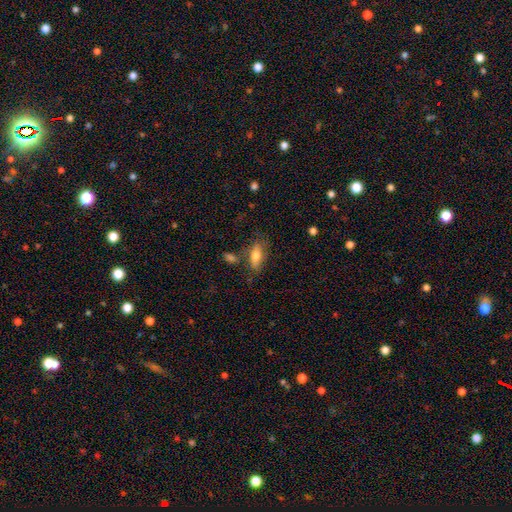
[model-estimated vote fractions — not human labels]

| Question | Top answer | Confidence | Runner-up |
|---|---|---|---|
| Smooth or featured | smooth | 72% | featured or disk (21%) |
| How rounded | in between | 79% | cigar-shaped (17%) |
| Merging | none | 63% | minor disturbance (20%) |